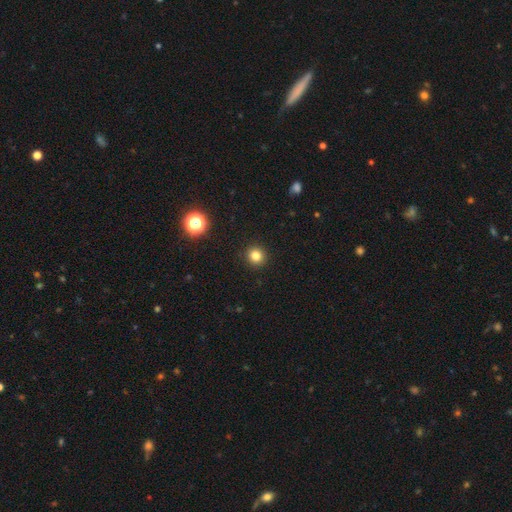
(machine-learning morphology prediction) smooth 82%, star or artifact 13%, featured or disk 5%. Down the decision tree: how rounded — round (93%); merging — none (93%).